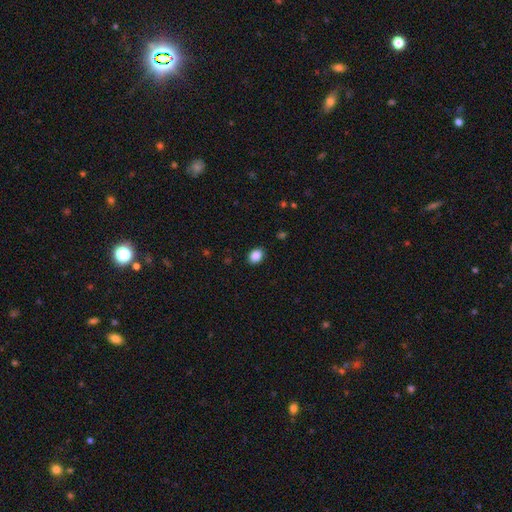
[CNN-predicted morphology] type=smooth (88%); roundness=in between (60%); merging=none (89%).